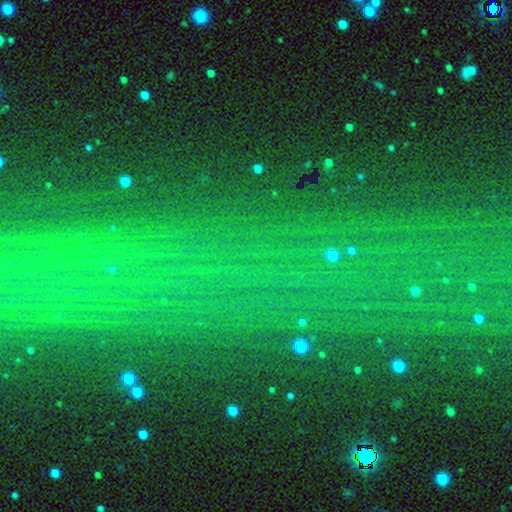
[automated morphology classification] Smooth or featured? star or artifact (78%)